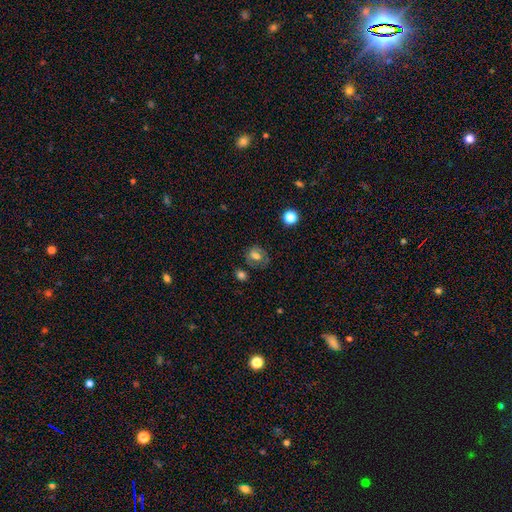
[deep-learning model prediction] smooth-or-featured: smooth: 56% | featured or disk: 31% | star or artifact: 13%
  how-rounded: round: 57% | in between: 42% | cigar-shaped: 1%
  merging: none: 66% | minor disturbance: 19% | major disturbance: 9% | merger: 6%